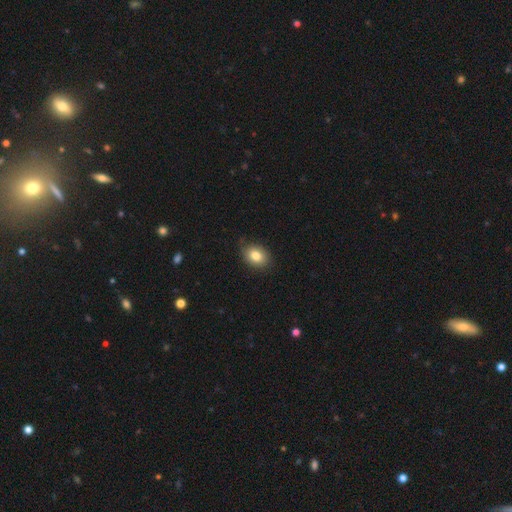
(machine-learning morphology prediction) Q: Smooth or featured?
A: smooth (83%); runner-up: star or artifact (9%)
Q: How rounded?
A: in between (65%); runner-up: round (34%)
Q: Merging?
A: none (82%); runner-up: minor disturbance (15%)